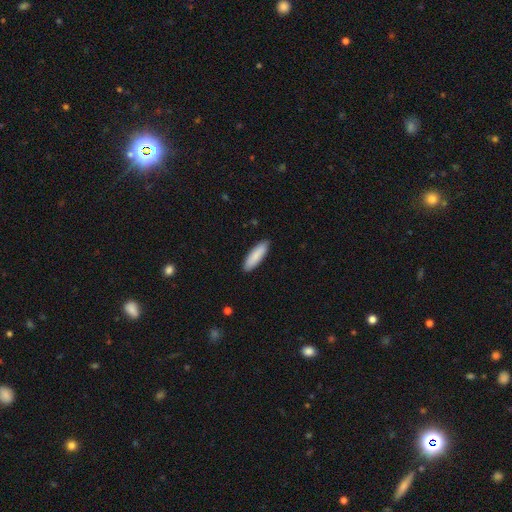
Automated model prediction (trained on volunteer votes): A smooth galaxy with no disk features (88%) that is cigar-shaped (59%).

Vote fractions:
- Smooth or featured? smooth: 88% / featured or disk: 6% / star or artifact: 5%
- How rounded? cigar-shaped: 59% / in between: 40% / round: 1%
- Merging? none: 90% / minor disturbance: 7% / major disturbance: 1% / merger: 1%